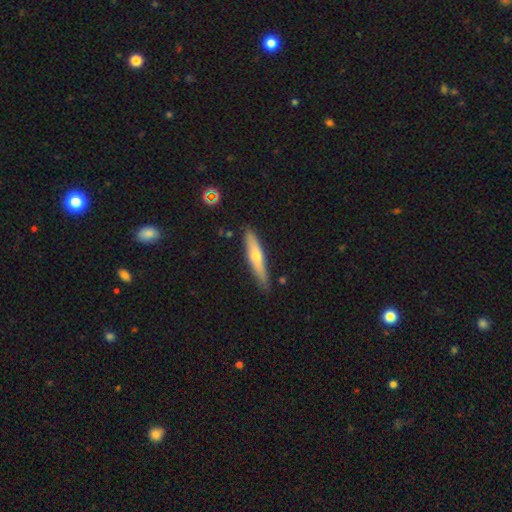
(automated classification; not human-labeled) Overall: smooth (50%; featured or disk 44%). How rounded: cigar-shaped (86%). Merging: none (83%).